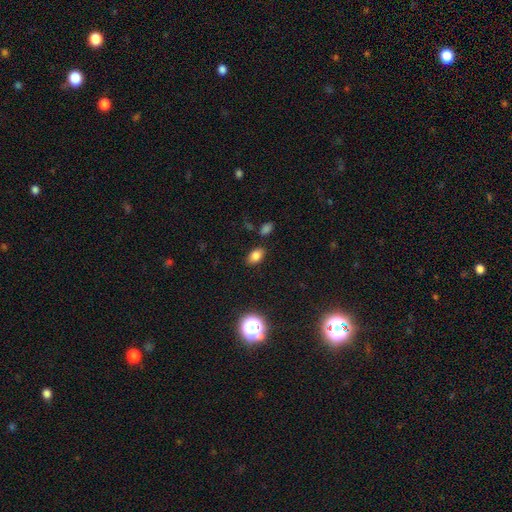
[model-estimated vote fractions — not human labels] Smooth or featured: smooth — 80% (star or artifact — 14%)
How rounded: in between — 84% (round — 14%)
Merging: none — 83% (minor disturbance — 11%)